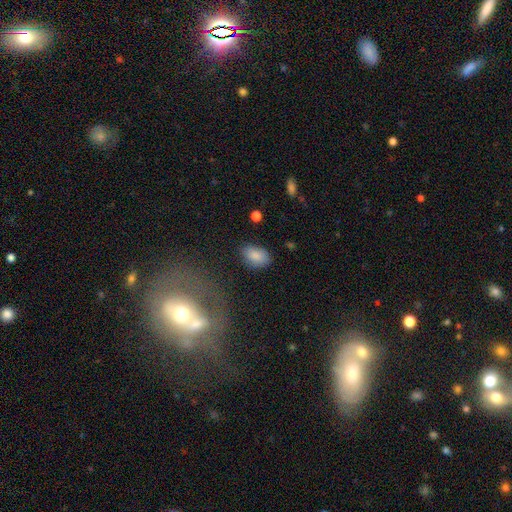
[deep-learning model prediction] This appears to be a smooth galaxy with no disk features (86%) that is in between round and cigar-shaped (88%). Merging: none (79%).